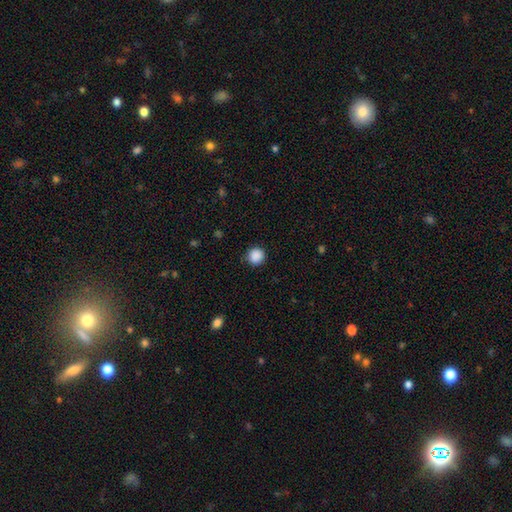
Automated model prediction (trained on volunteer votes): Smooth or featured? smooth (88%)
How rounded? round (92%)
Merging? none (87%)